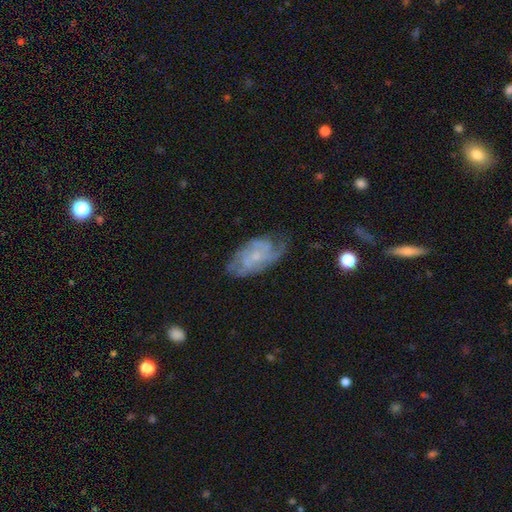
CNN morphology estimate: Q: Smooth or featured?
A: featured or disk (77%); runner-up: smooth (17%)
Q: Edge-on disk?
A: no (95%); runner-up: yes (5%)
Q: Bar?
A: no (68%); runner-up: weak (29%)
Q: Spiral arms?
A: yes (90%); runner-up: no (10%)
Q: Spiral winding?
A: tight (46%); runner-up: medium (40%)
Q: Spiral arm count?
A: can't tell (37%); runner-up: 2 (26%)
Q: Bulge size?
A: small (61%); runner-up: moderate (22%)
Q: Merging?
A: none (62%); runner-up: minor disturbance (25%)